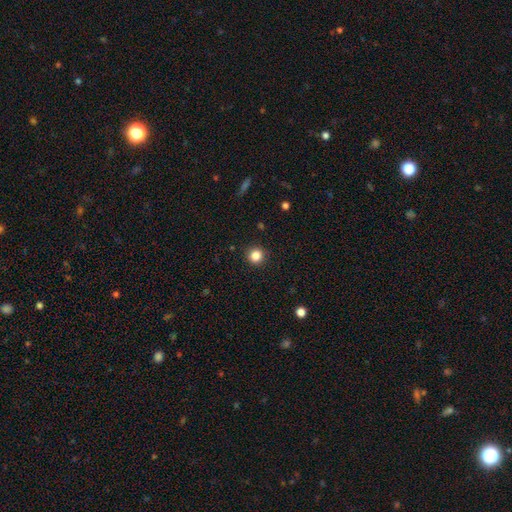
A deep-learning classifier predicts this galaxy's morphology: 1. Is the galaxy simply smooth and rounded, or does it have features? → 85% smooth, 11% star or artifact, 4% featured or disk.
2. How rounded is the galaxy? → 93% round, 6% in between, 1% cigar-shaped.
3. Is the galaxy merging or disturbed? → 92% none, 5% minor disturbance, 2% major disturbance, 1% merger.